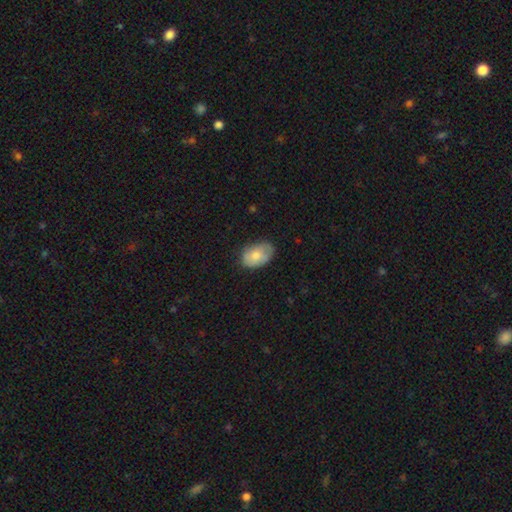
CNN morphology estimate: A smooth galaxy with no disk features (75%) that is in between round and cigar-shaped (86%).

Vote fractions:
- Smooth or featured? smooth: 75% / featured or disk: 18% / star or artifact: 6%
- How rounded? in between: 86% / round: 13% / cigar-shaped: 1%
- Merging? none: 70% / minor disturbance: 24% / major disturbance: 5% / merger: 1%